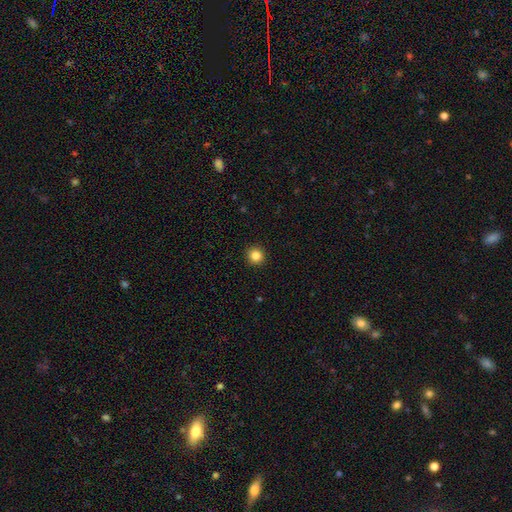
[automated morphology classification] smooth 84%, star or artifact 11%, featured or disk 5%. Down the decision tree: how rounded — round (95%); merging — none (93%).